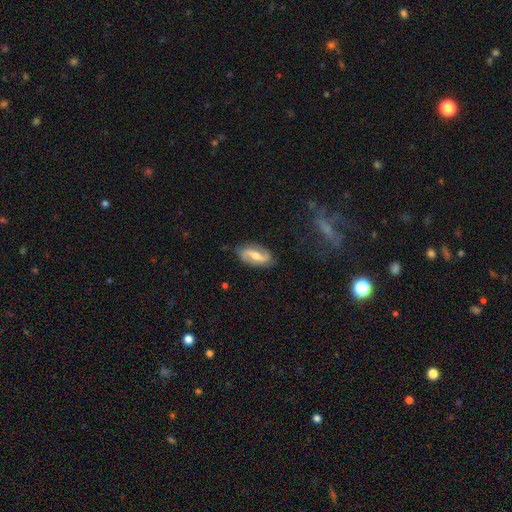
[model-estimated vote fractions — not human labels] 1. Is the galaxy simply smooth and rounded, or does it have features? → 78% featured or disk, 16% smooth, 6% star or artifact.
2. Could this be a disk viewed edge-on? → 95% no, 5% yes.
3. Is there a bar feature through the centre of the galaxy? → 41% weak, 36% strong, 22% no.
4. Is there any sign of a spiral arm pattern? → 93% yes, 7% no.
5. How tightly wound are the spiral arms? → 55% loose, 32% medium, 13% tight.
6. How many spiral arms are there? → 92% 2, 4% can't tell, 2% 1, 1% 3, 1% 4, 1% more than 4.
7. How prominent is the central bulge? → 60% moderate, 31% small, 5% large, 3% none, 1% dominant.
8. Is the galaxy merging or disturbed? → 82% none, 13% minor disturbance, 3% major disturbance, 1% merger.